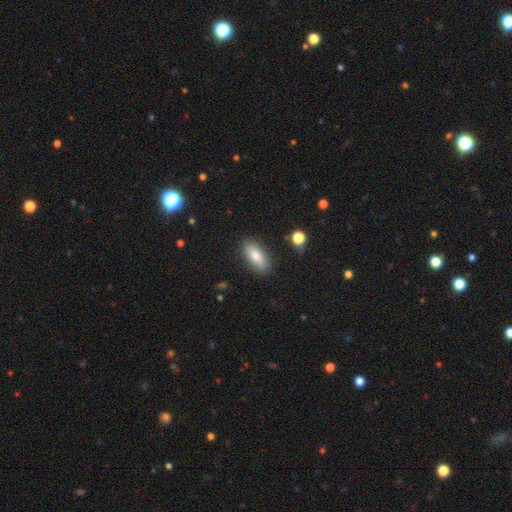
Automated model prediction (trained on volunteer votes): Smooth or featured? Predicted: smooth (p=0.79). How rounded? Predicted: in between (p=0.73). Merging? Predicted: none (p=0.86).